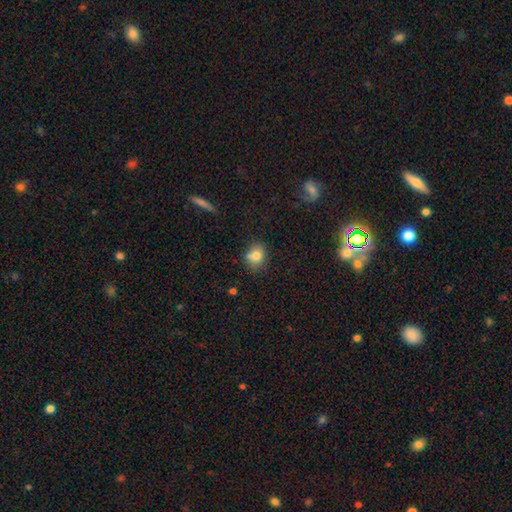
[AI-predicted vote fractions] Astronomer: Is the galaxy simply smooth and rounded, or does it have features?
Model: smooth — 79%.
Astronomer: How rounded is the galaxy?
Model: round — 61% (runner-up: in between, 37%).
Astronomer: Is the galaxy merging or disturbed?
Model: none — 65%.